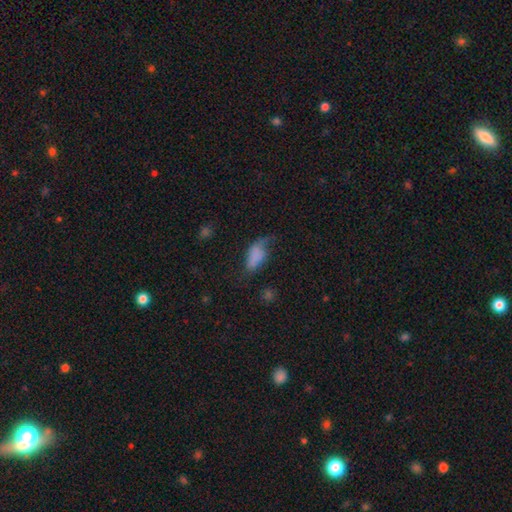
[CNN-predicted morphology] smooth-or-featured: smooth: 71% | featured or disk: 18% | star or artifact: 11%
  how-rounded: in between: 89% | cigar-shaped: 7% | round: 5%
  merging: major disturbance: 34% | minor disturbance: 32% | none: 30% | merger: 5%